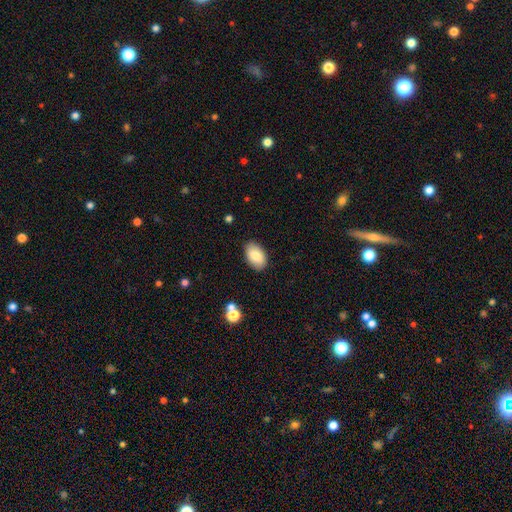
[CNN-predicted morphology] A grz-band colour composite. It shows a smooth galaxy with no disk features (83%) that is in between round and cigar-shaped (93%). Merging: none (86%).